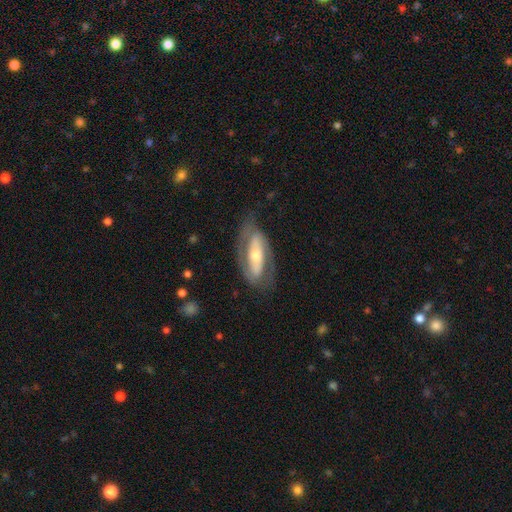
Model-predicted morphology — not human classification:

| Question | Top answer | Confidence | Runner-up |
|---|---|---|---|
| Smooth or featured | featured or disk | 73% | smooth (22%) |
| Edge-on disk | no | 86% | yes (14%) |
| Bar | strong | 46% | no (32%) |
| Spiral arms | yes | 68% | no (32%) |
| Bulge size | moderate | 55% | small (34%) |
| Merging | none | 69% | minor disturbance (18%) |